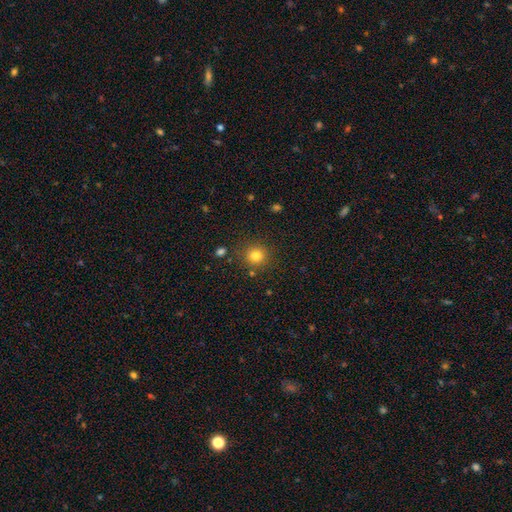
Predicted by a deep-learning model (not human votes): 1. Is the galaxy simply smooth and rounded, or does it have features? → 80% smooth, 13% star or artifact, 6% featured or disk.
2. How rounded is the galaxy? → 91% round, 8% in between, 1% cigar-shaped.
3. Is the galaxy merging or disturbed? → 85% none, 8% minor disturbance, 3% merger, 3% major disturbance.